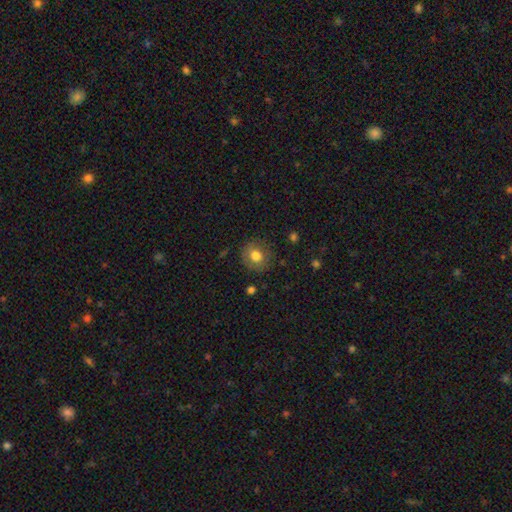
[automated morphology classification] A smooth galaxy with no disk features (76%) that is round (82%).

Vote fractions:
- Smooth or featured? smooth: 76% / featured or disk: 14% / star or artifact: 10%
- How rounded? round: 82% / in between: 17% / cigar-shaped: 1%
- Merging? none: 83% / minor disturbance: 12% / major disturbance: 4% / merger: 1%